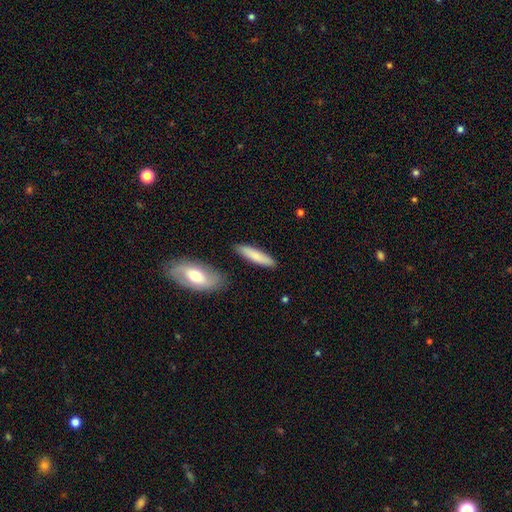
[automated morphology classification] The model was most divided on "how rounded": cigar-shaped: 78%, in between: 21%, round: 2%. More confident: merging — none (86%); smooth or featured — smooth (80%).